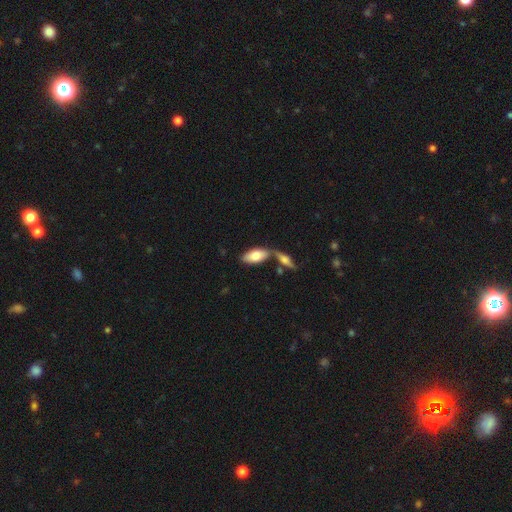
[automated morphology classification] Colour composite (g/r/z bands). It shows a smooth galaxy with no disk features (74%) that is in between round and cigar-shaped (89%). Merging: none (55%).